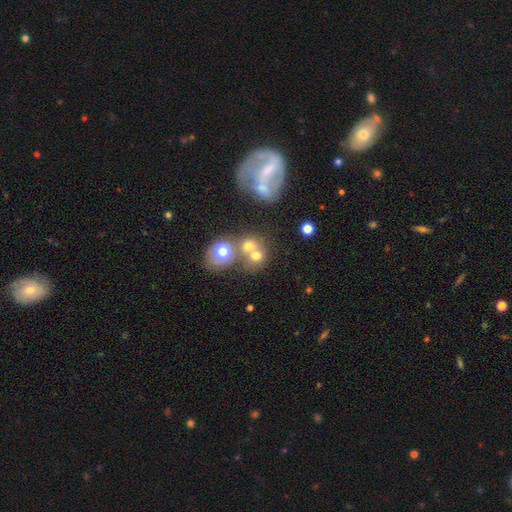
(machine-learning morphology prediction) Overall: smooth (67%). How rounded: round (75%). Merging: merger (49%; none 37%).